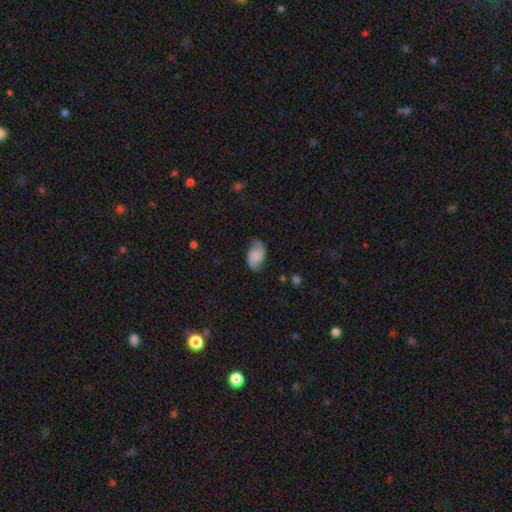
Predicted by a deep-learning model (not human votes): A featured or disk galaxy (54%) with no bar (60%), spiral arms (92%) and no central bulge (49%).

Vote fractions:
- Smooth or featured? featured or disk: 54% / smooth: 38% / star or artifact: 8%
- Edge-on disk? no: 96% / yes: 4%
- Bar? no: 60% / weak: 33% / strong: 8%
- Spiral arms? yes: 92% / no: 8%
- Bulge size? none: 49% / small: 19% / moderate: 15% / large: 13% / dominant: 4%
- Merging? none: 76% / minor disturbance: 17% / major disturbance: 5% / merger: 1%